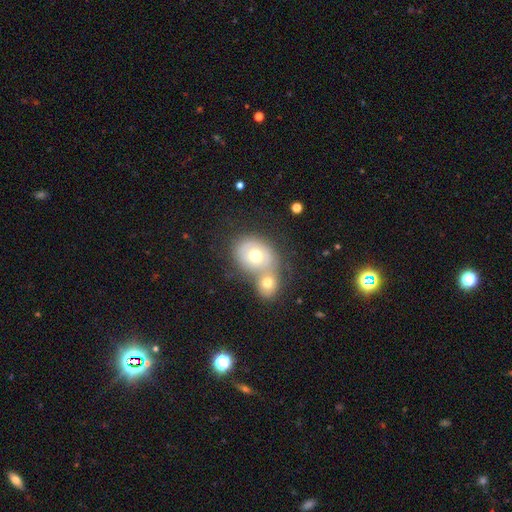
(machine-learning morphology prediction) Smooth or featured? smooth (57%)
How rounded? round (59%)
Merging? merger (61%)